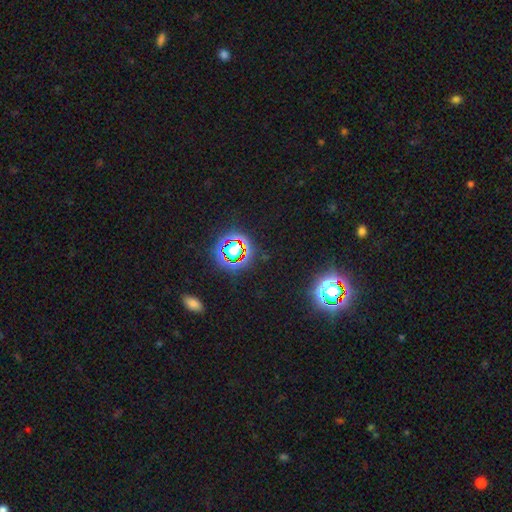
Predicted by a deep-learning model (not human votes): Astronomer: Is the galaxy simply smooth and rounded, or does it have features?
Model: star or artifact — 79%.